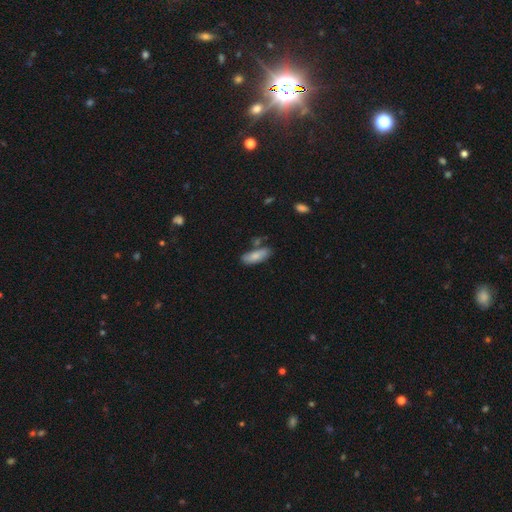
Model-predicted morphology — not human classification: A smooth galaxy with no disk features (80%) that is in between round and cigar-shaped (70%).

Vote fractions:
- Smooth or featured? smooth: 80% / featured or disk: 14% / star or artifact: 6%
- How rounded? in between: 70% / cigar-shaped: 28% / round: 2%
- Merging? none: 67% / minor disturbance: 19% / merger: 10% / major disturbance: 4%